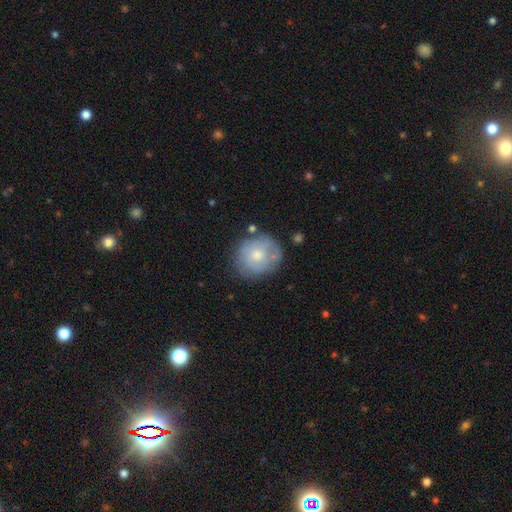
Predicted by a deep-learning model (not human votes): smooth 60%, featured or disk 33%, star or artifact 7%. Down the decision tree: how rounded — round (82%); merging — none (68%).